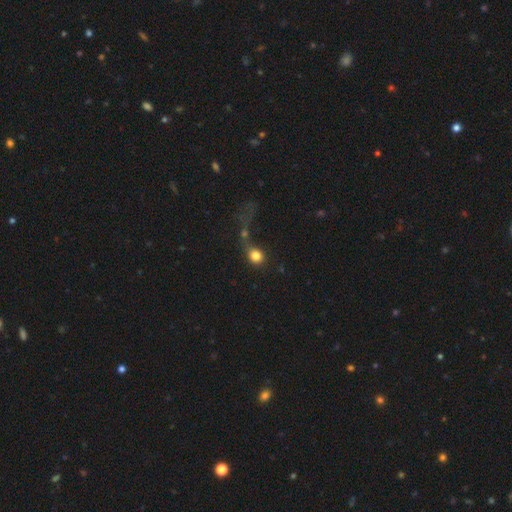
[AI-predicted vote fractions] smooth-or-featured: smooth: 80% | star or artifact: 10% | featured or disk: 9%
  how-rounded: round: 73% | in between: 25% | cigar-shaped: 2%
  merging: none: 34% | major disturbance: 28% | merger: 24% | minor disturbance: 14%